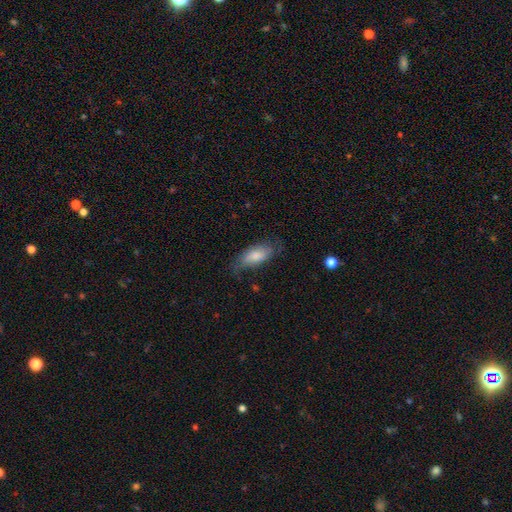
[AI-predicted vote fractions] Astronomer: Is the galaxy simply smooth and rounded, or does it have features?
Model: smooth — 69%.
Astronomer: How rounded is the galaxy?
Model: in between — 86%.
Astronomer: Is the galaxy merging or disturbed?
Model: none — 58%.